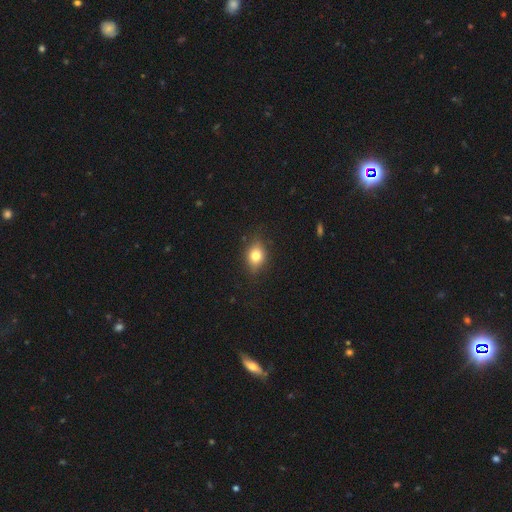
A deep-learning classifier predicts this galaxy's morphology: A smooth galaxy with no disk features (76%) that is in between round and cigar-shaped (57%). Merging: none (80%).